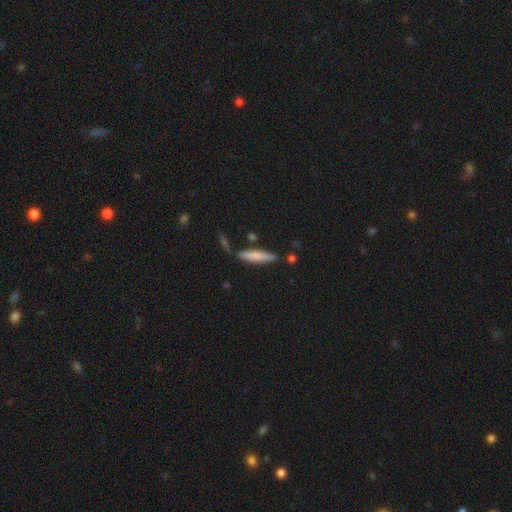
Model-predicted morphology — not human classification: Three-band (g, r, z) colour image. It shows a smooth galaxy with no disk features (69%) that is cigar-shaped (87%). Merging: none (78%).